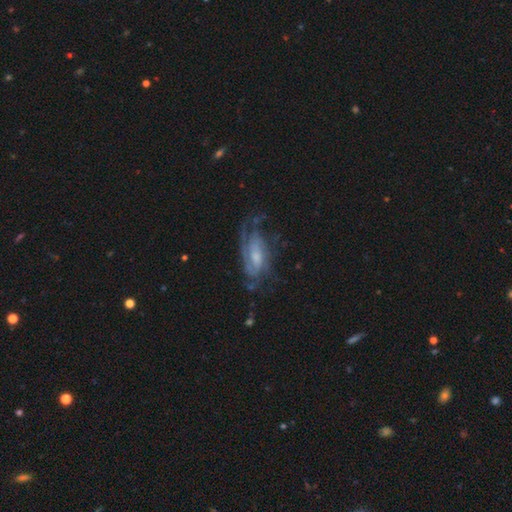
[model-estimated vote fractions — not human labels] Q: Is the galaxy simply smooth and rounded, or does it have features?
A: featured or disk — 81%.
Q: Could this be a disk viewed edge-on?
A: no — 93%.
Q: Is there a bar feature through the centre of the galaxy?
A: no — 51%.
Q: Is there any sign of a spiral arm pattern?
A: yes — 93%.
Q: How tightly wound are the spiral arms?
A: tight — 46%.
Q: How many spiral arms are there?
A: can't tell — 31%, tied with 2.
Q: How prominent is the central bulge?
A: moderate — 42%.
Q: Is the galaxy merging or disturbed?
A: none — 59%.